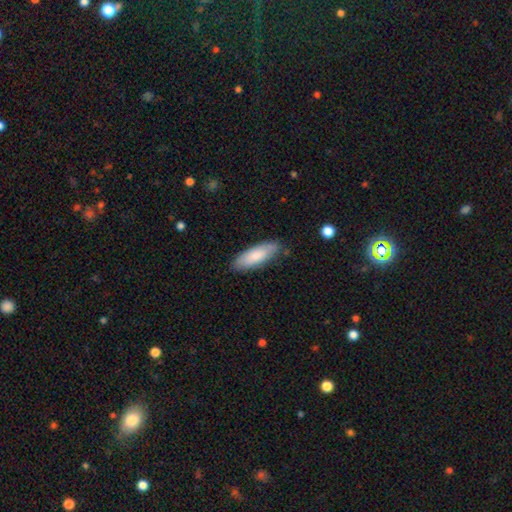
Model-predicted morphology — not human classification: A smooth galaxy with no disk features (77%) that is in between round and cigar-shaped (63%). Merging: none (82%).